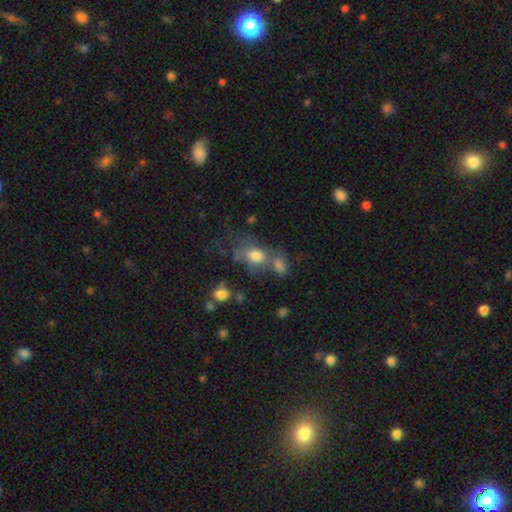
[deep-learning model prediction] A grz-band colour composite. It shows a smooth galaxy with no disk features (72%) that is in between round and cigar-shaped (71%). Merging: none (36%).